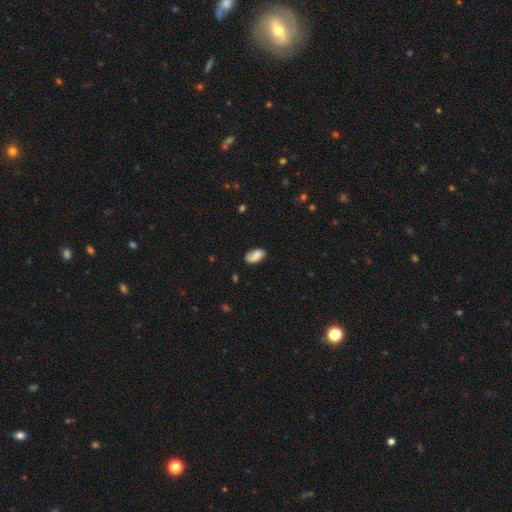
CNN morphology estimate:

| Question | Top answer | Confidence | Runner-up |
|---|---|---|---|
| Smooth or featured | smooth | 70% | featured or disk (21%) |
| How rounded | in between | 92% | round (5%) |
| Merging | none | 65% | minor disturbance (24%) |